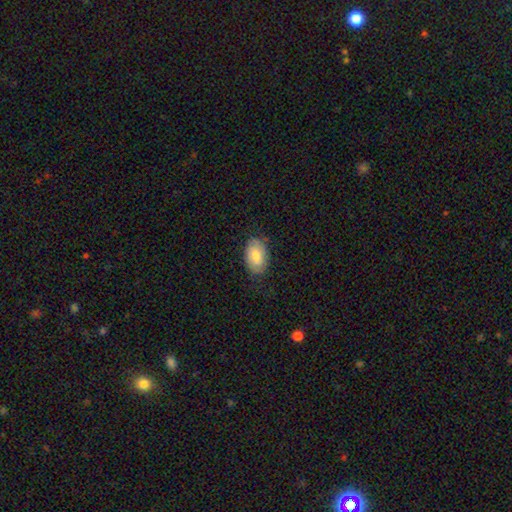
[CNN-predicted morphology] smooth 76%, featured or disk 18%, star or artifact 6%. Down the decision tree: how rounded — in between (92%); merging — none (75%).